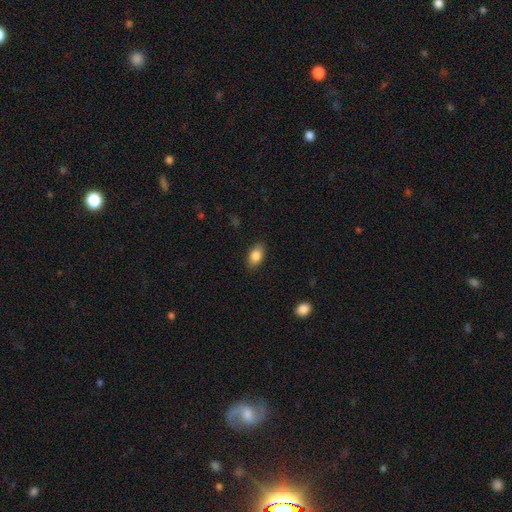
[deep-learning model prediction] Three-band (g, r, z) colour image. It shows a smooth galaxy with no disk features (85%) that is in between round and cigar-shaped (88%). Merging: none (86%).